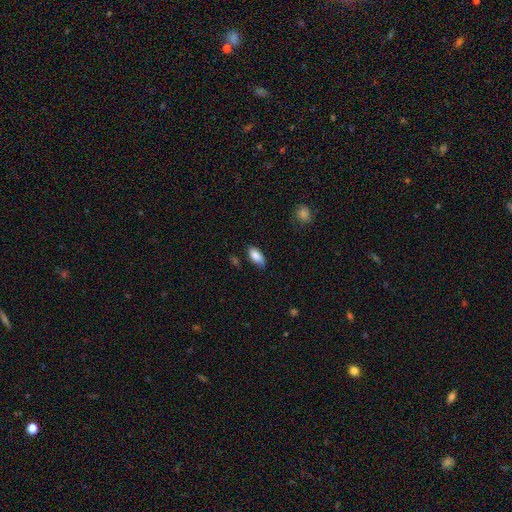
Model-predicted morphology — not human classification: type=smooth (84%); roundness=in between (88%); merging=none (73%).